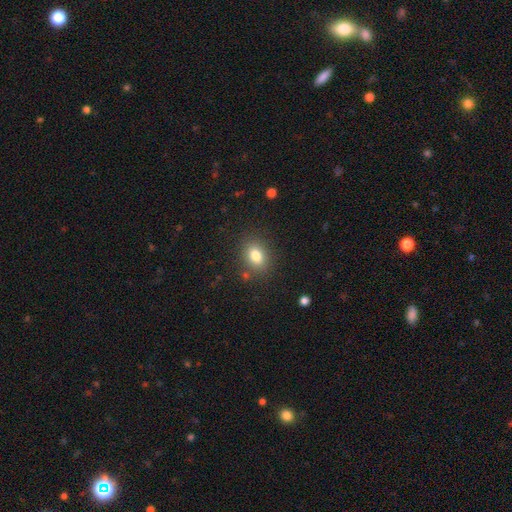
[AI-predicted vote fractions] The model was most divided on "how rounded": in between: 64%, round: 35%, cigar-shaped: 1%. More confident: merging — none (84%); smooth or featured — smooth (80%).